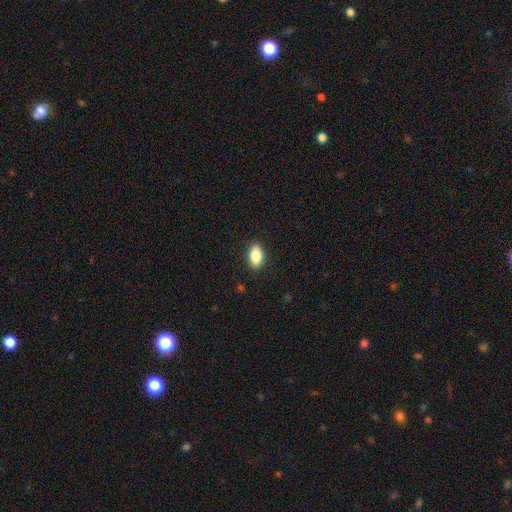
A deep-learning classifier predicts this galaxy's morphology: This appears to be a smooth galaxy with no disk features (86%) that is in between round and cigar-shaped (90%). Merging: none (89%).